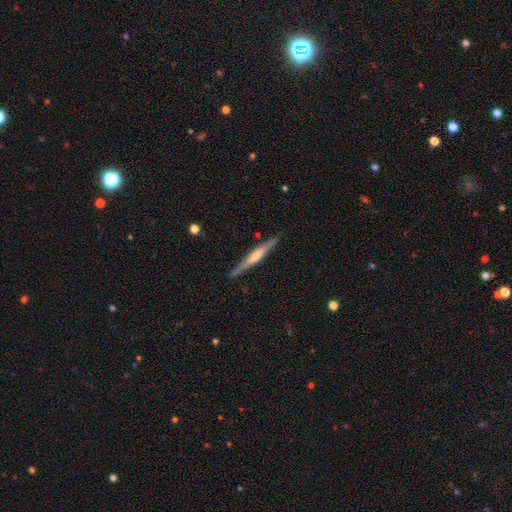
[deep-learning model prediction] Smooth or featured?
  - featured or disk: 74% *
  - smooth: 21%
  - star or artifact: 5%
Edge-on disk?
  - yes: 98% *
  - no: 2%
Edge-on bulge?
  - rounded: 70% *
  - boxy: 15%
  - none: 15%
Merging?
  - none: 90% *
  - minor disturbance: 7%
  - major disturbance: 1%
  - merger: 1%